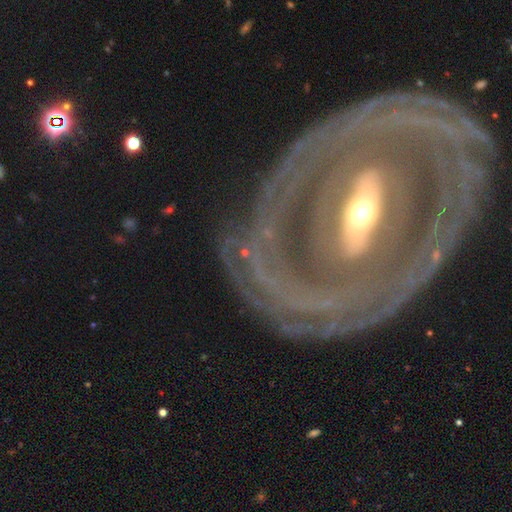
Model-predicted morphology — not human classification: smooth-or-featured: featured or disk: 86% | smooth: 8% | star or artifact: 6%
  disk-edge-on: no: 91% | yes: 9%
    bar: strong: 55% | weak: 27% | no: 18%
    has-spiral-arms: yes: 71% | no: 29%
      spiral-winding: tight: 76% | medium: 17% | loose: 7%
      spiral-arm-count: can't tell: 36% | 2: 29% | 3: 11% | more than 4: 8% | 4: 8% | 1: 8%
    bulge-size: moderate: 54% | small: 36% | large: 7% | dominant: 2% | none: 1%
  merging: none: 78% | minor disturbance: 12% | major disturbance: 8% | merger: 2%